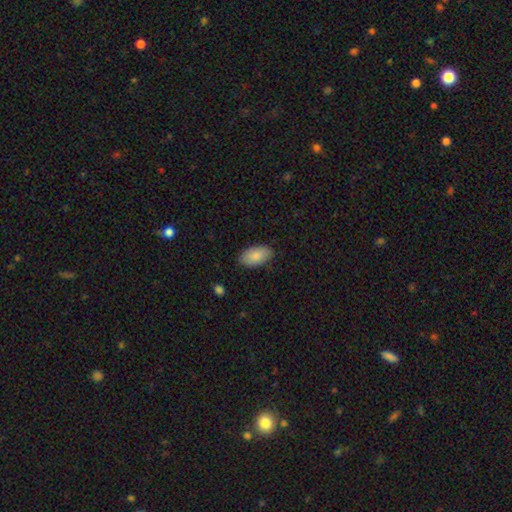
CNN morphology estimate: smooth 87%, featured or disk 7%, star or artifact 6%. Down the decision tree: how rounded — in between (95%); merging — none (84%).